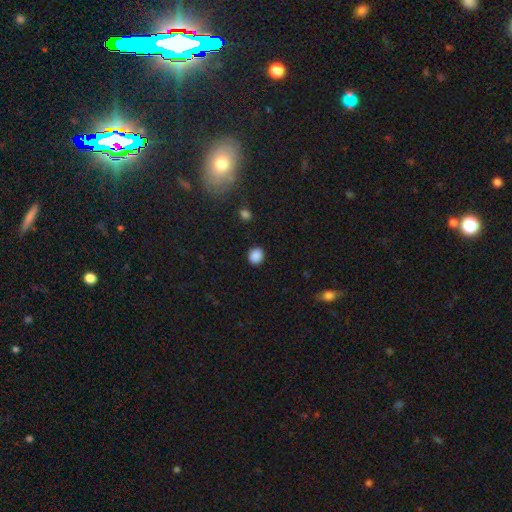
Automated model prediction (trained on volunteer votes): A smooth galaxy with no disk features (87%) that is round (84%).

Vote fractions:
- Smooth or featured? smooth: 87% / star or artifact: 10% / featured or disk: 3%
- How rounded? round: 84% / in between: 15% / cigar-shaped: 1%
- Merging? none: 89% / minor disturbance: 7% / major disturbance: 2% / merger: 1%